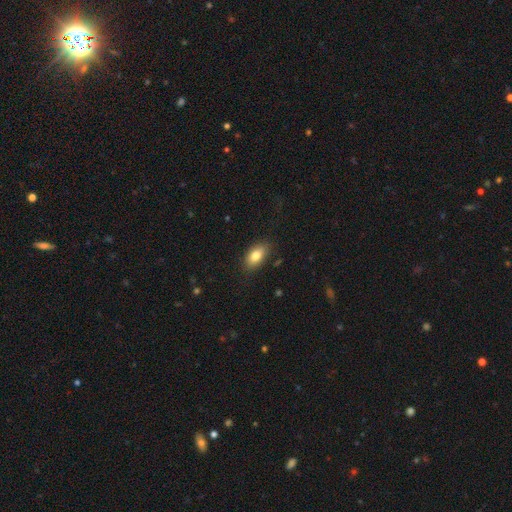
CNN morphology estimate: Overall: smooth (81%). How rounded: in between (90%). Merging: none (84%).